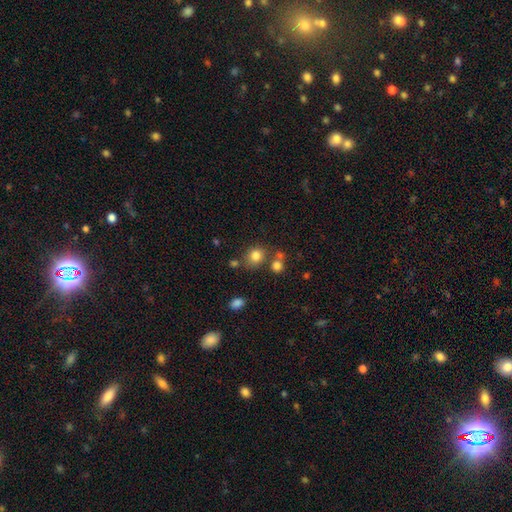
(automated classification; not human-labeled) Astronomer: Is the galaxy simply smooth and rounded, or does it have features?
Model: smooth — 80%.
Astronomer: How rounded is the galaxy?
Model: round — 76%.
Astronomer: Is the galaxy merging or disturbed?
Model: none — 67%.